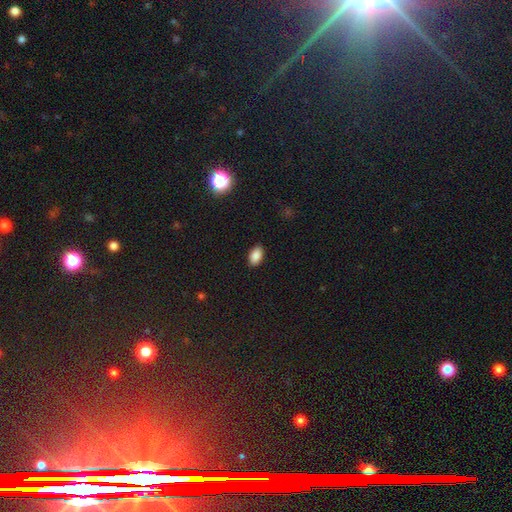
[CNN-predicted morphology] This is clearly a smooth galaxy (87%). How rounded: clearly in between (92%). Merging: clearly none (88%).